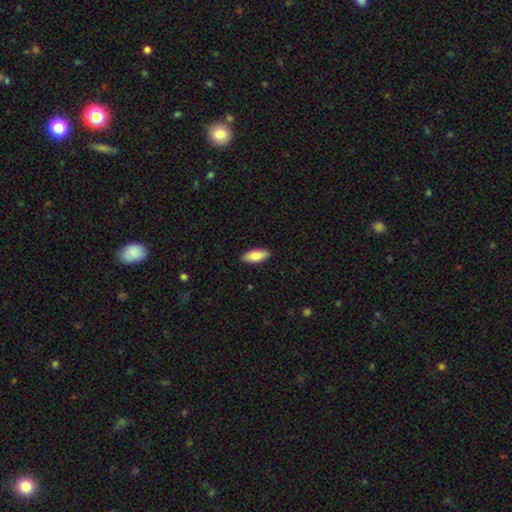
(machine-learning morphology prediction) Smooth or featured? Predicted: smooth (p=0.87). How rounded? Predicted: in between (p=0.82). Merging? Predicted: none (p=0.89).